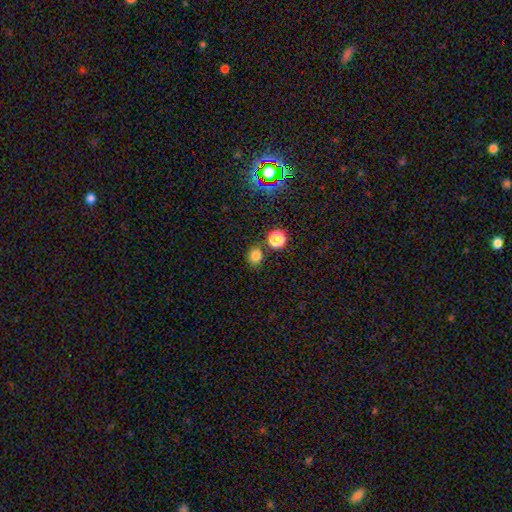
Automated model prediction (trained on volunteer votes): smooth 78%, star or artifact 16%, featured or disk 5%. Down the decision tree: how rounded — round (75%); merging — none (80%).